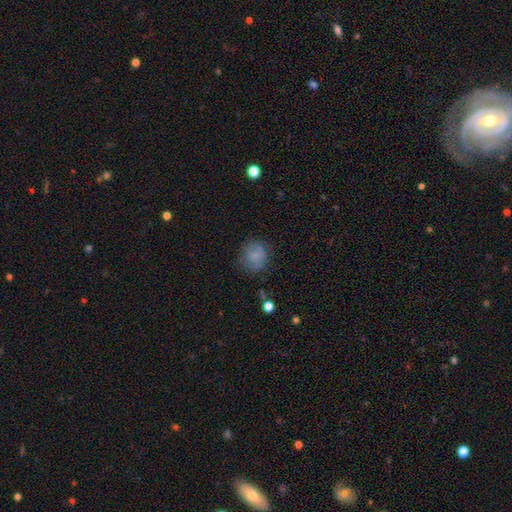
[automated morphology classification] Smooth or featured? smooth (71%)
How rounded? round (80%)
Merging? none (68%)